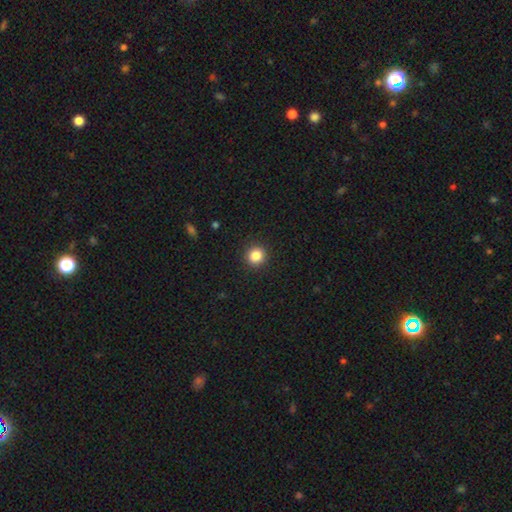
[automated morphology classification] Overall: smooth (85%). How rounded: round (92%). Merging: none (92%).